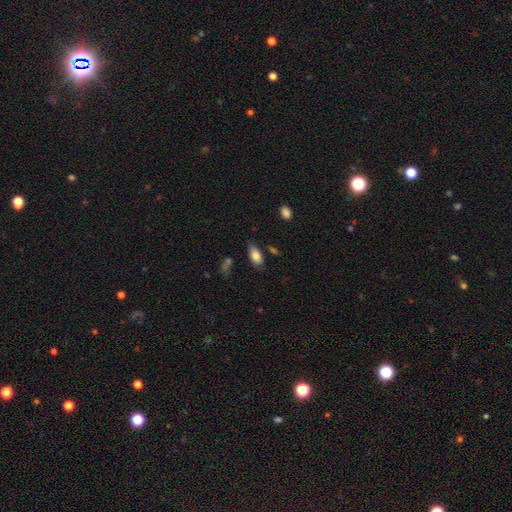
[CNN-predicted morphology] A smooth galaxy with no disk features (84%) that is in between round and cigar-shaped (92%). Merging: none (77%).